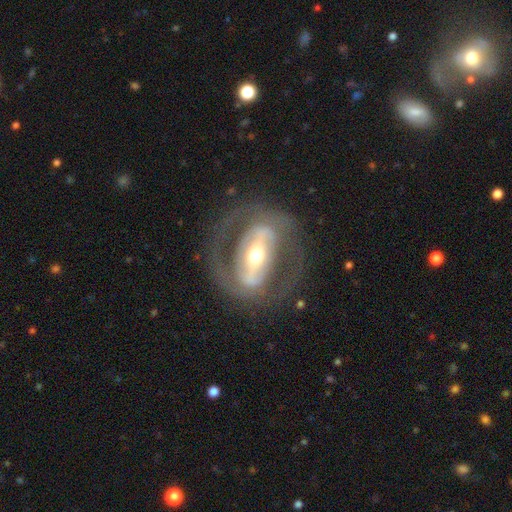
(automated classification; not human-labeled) A featured or disk galaxy (82%) with a strong bar (65%), spiral arms (58%) and a moderate central bulge (59%). Merging: none (72%).